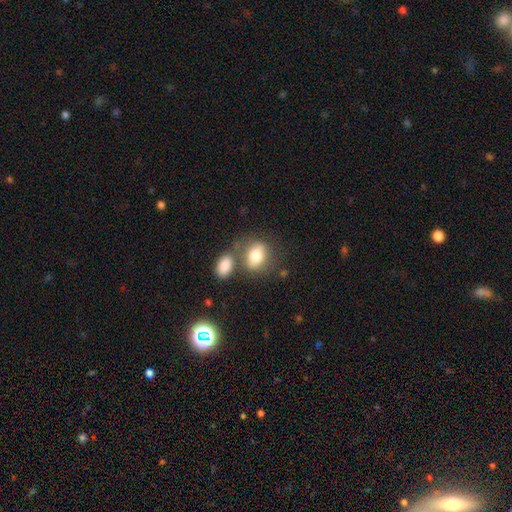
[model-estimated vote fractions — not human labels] The model was most divided on "merging": none: 46%, merger: 29%, minor disturbance: 17%, major disturbance: 8%. More confident: smooth or featured — smooth (79%); how rounded — in between (73%).